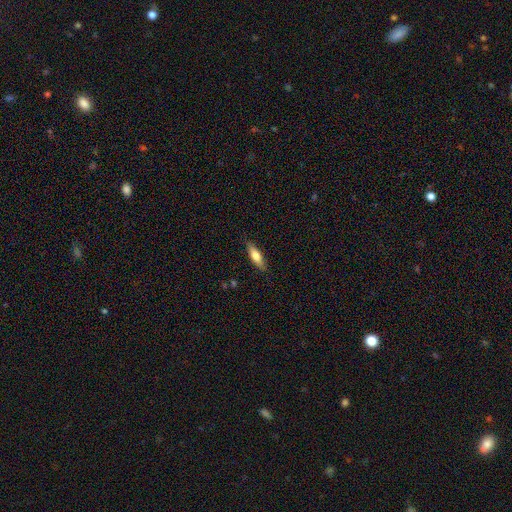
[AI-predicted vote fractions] smooth 68%, featured or disk 27%, star or artifact 6%. Down the decision tree: how rounded — cigar-shaped (49%, tied with in between); merging — none (85%).